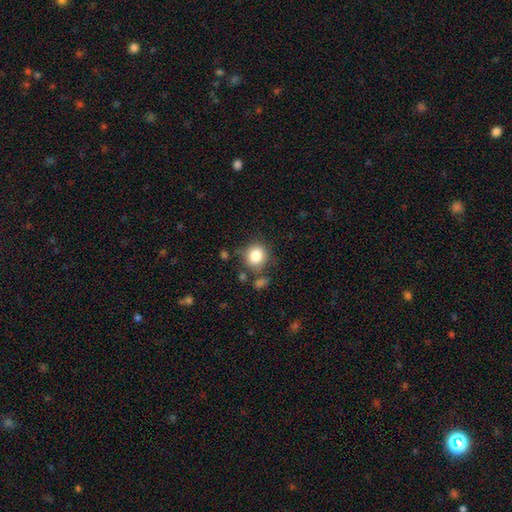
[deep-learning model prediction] Smooth or featured?
  - smooth: 83% *
  - star or artifact: 10%
  - featured or disk: 7%
How rounded?
  - round: 81% *
  - in between: 18%
  - cigar-shaped: 1%
Merging?
  - none: 75% *
  - minor disturbance: 13%
  - merger: 7%
  - major disturbance: 5%